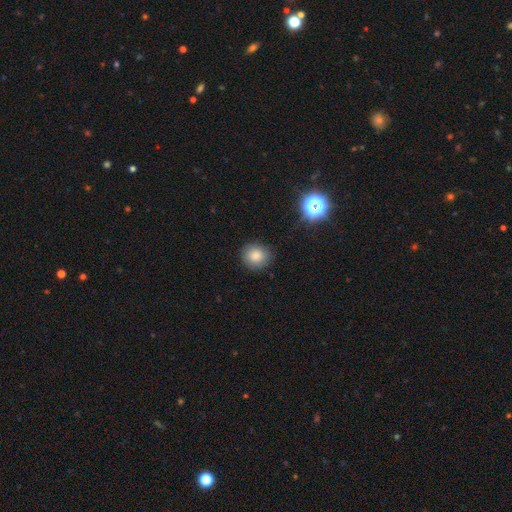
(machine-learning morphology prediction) type=smooth (83%); roundness=round (86%); merging=none (86%).